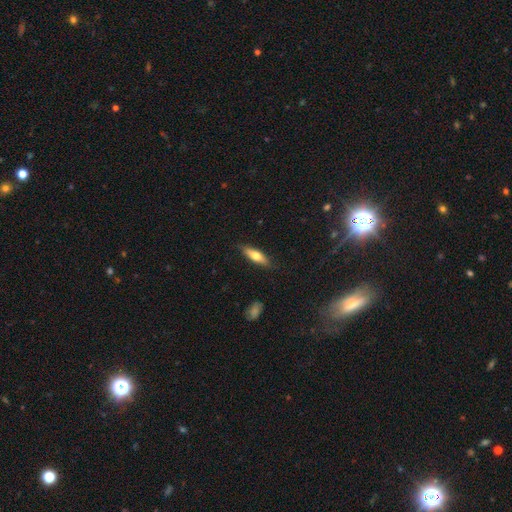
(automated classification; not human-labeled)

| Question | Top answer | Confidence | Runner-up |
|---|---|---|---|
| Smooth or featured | smooth | 64% | featured or disk (30%) |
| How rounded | cigar-shaped | 49% | tied: in between (49%) |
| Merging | none | 85% | minor disturbance (12%) |